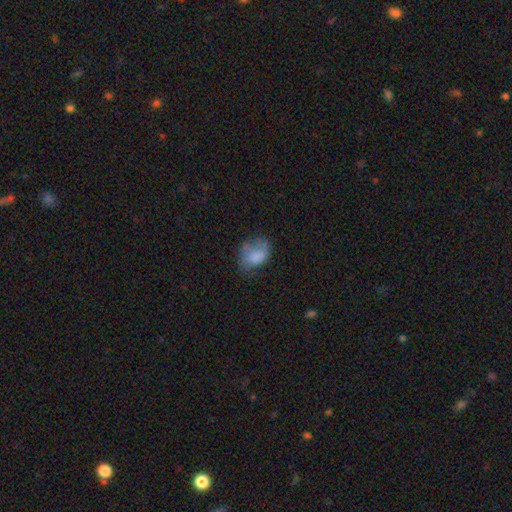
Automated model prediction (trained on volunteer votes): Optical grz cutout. It shows a smooth galaxy with no disk features (69%) that is in between round and cigar-shaped (74%). Merging: none (38%).